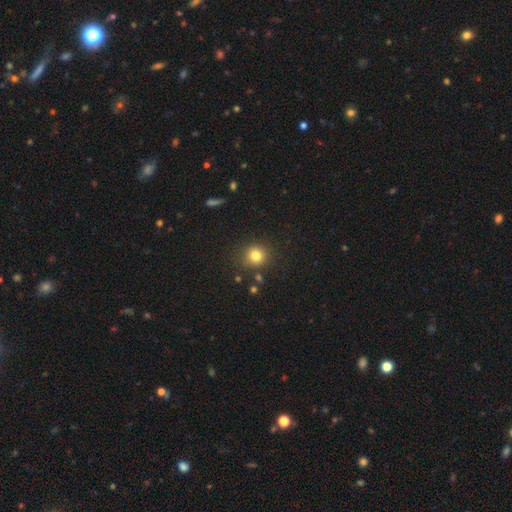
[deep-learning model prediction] This is clearly a smooth galaxy (80%). How rounded: clearly round (88%). Merging: clearly none (84%).